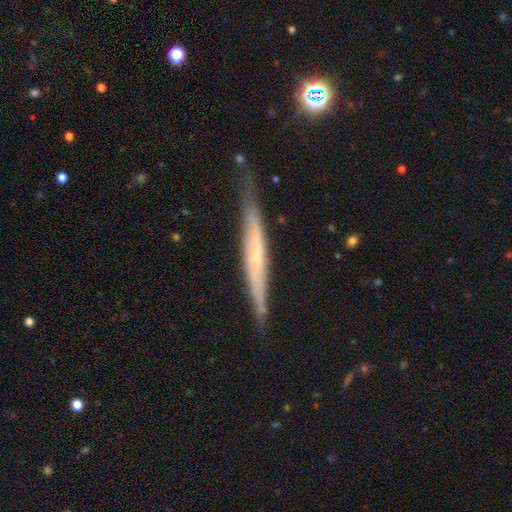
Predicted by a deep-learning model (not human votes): Smooth or featured? Predicted: featured or disk (p=0.63). Edge-on disk? Predicted: yes (p=0.92). Edge-on bulge? Predicted: none (p=0.57). Merging? Predicted: none (p=0.77).